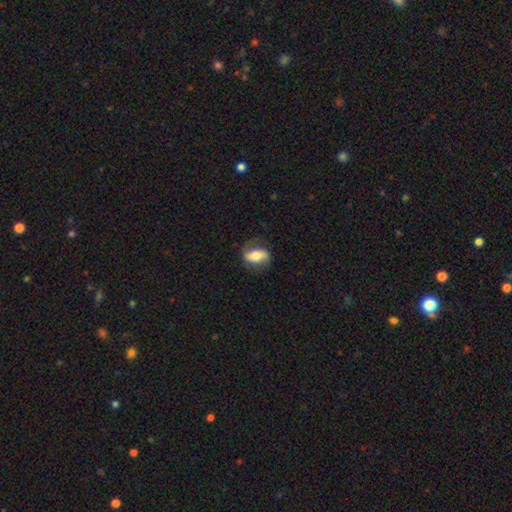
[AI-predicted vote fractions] Overall: smooth (48%; featured or disk 45%). Merging: none (67%).